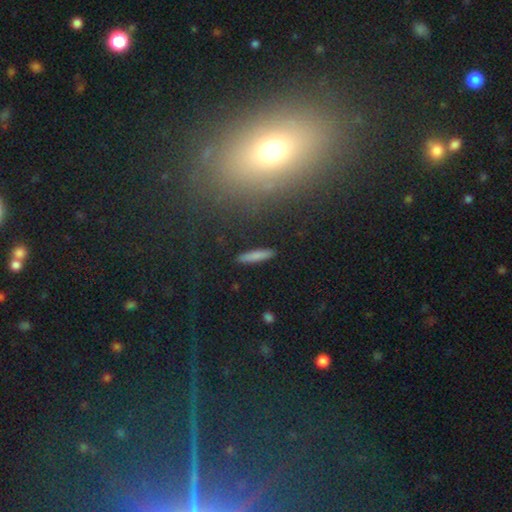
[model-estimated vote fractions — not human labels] smooth_or_featured: smooth (p=0.78) [alt: featured or disk p=0.13]
how_rounded: cigar-shaped (p=0.88) [alt: in between p=0.10]
merging: none (p=0.89) [alt: minor disturbance p=0.07]